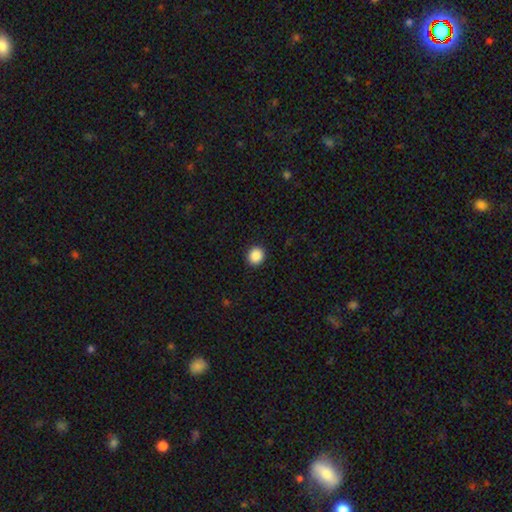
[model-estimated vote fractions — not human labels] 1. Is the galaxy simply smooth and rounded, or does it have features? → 88% smooth, 9% star or artifact, 3% featured or disk.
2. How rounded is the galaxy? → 89% round, 10% in between, 1% cigar-shaped.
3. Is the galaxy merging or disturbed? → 93% none, 5% minor disturbance, 2% major disturbance, 1% merger.